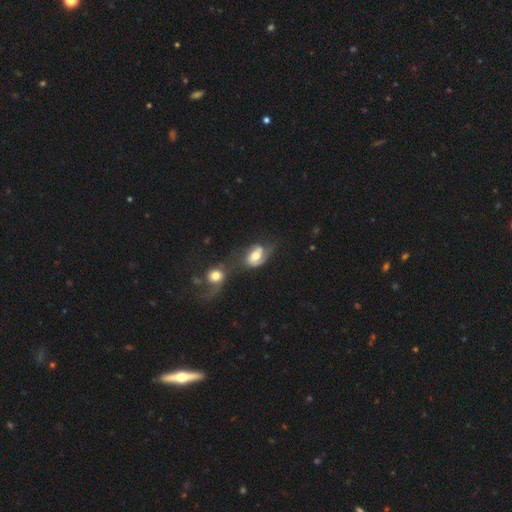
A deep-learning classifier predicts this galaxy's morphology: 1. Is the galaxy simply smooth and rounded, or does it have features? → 59% featured or disk, 33% smooth, 8% star or artifact.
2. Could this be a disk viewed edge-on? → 96% no, 4% yes.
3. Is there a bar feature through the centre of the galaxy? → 42% no, 41% weak, 17% strong.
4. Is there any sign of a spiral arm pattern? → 81% yes, 19% no.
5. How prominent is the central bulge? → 55% moderate, 27% large, 11% small, 3% dominant, 3% none.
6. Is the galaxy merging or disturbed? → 42% merger, 26% none, 17% major disturbance, 15% minor disturbance.